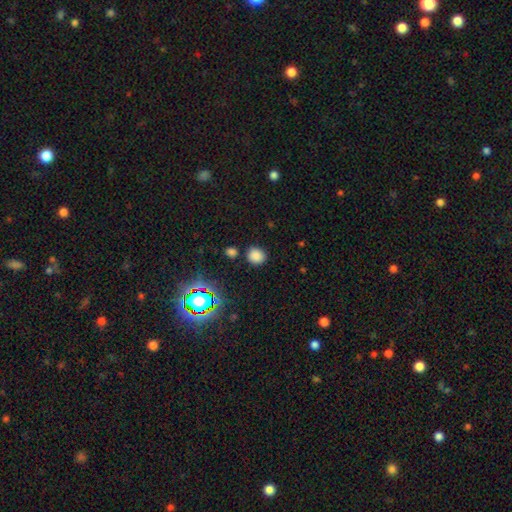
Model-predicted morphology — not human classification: smooth-or-featured: smooth: 79% | star or artifact: 16% | featured or disk: 5%
  how-rounded: round: 75% | in between: 24% | cigar-shaped: 1%
  merging: none: 83% | minor disturbance: 10% | merger: 5% | major disturbance: 3%